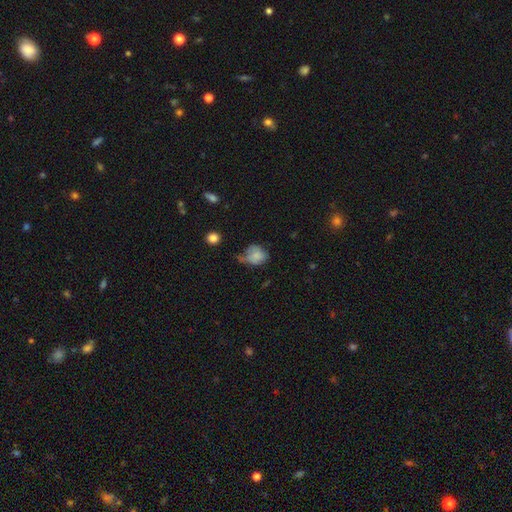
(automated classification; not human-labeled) smooth-or-featured: smooth: 72% | featured or disk: 18% | star or artifact: 10%
  how-rounded: round: 55% | in between: 43% | cigar-shaped: 1%
  merging: minor disturbance: 36% | none: 31% | major disturbance: 23% | merger: 10%